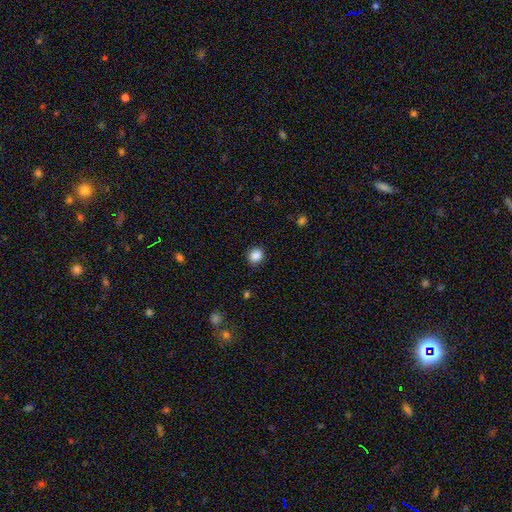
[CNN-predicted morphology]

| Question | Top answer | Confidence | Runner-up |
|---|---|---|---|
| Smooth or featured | smooth | 87% | star or artifact (10%) |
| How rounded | round | 74% | in between (25%) |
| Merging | none | 88% | minor disturbance (8%) |